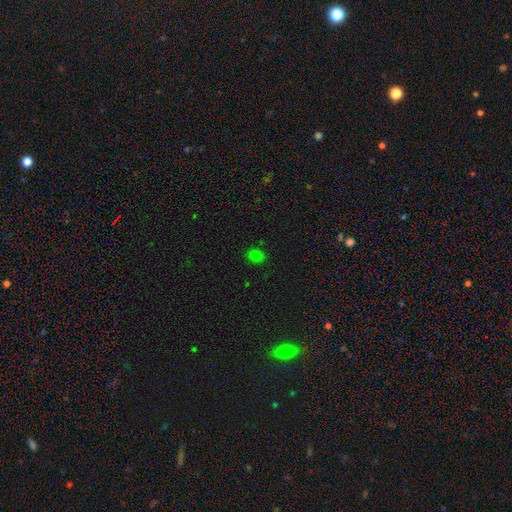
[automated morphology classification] A smooth galaxy with no disk features (79%) that is round (50%). Merging: none (87%).